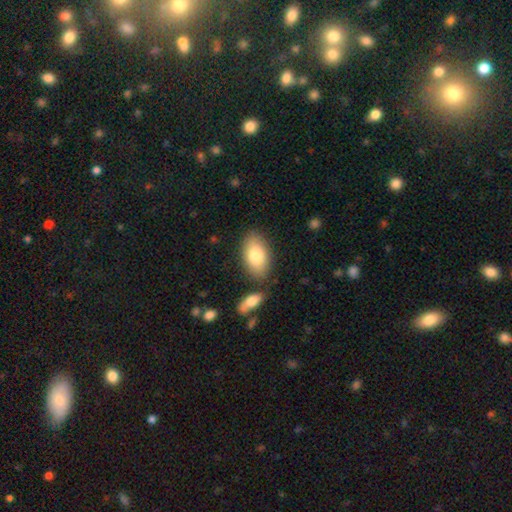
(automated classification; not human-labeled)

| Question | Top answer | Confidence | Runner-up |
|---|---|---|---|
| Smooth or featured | smooth | 79% | featured or disk (14%) |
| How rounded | in between | 93% | round (5%) |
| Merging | none | 78% | minor disturbance (12%) |